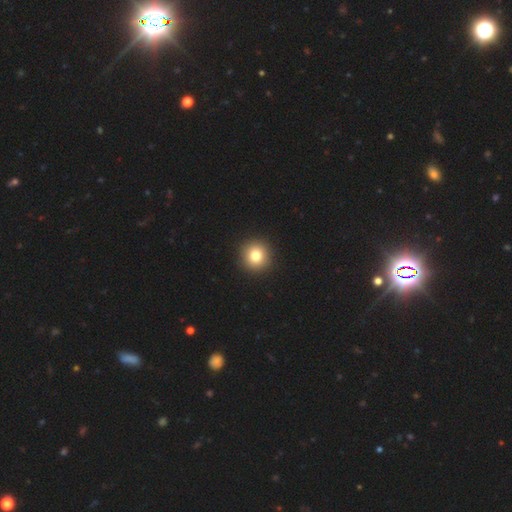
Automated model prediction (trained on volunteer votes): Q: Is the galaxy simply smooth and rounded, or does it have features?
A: smooth — 82%.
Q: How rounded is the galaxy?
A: round — 93%.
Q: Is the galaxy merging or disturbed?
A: none — 93%.